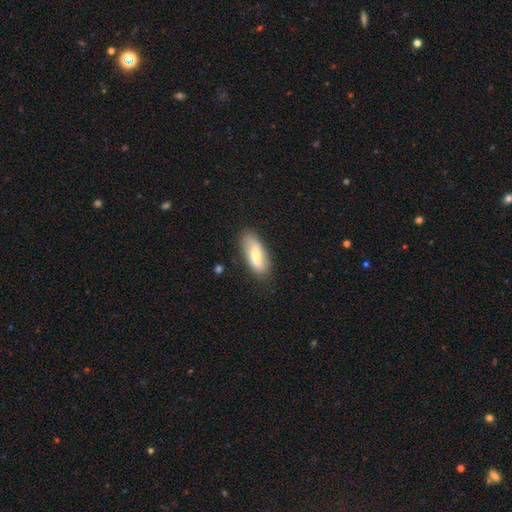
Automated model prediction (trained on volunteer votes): Smooth or featured? Predicted: smooth (p=0.61). How rounded? Predicted: in between (p=0.79). Merging? Predicted: none (p=0.80).